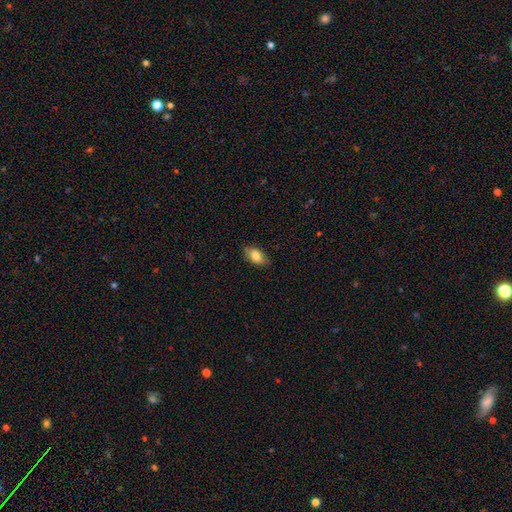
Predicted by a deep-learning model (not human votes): This appears to be a smooth galaxy with no disk features (81%) that is in between round and cigar-shaped (90%). Merging: none (83%).